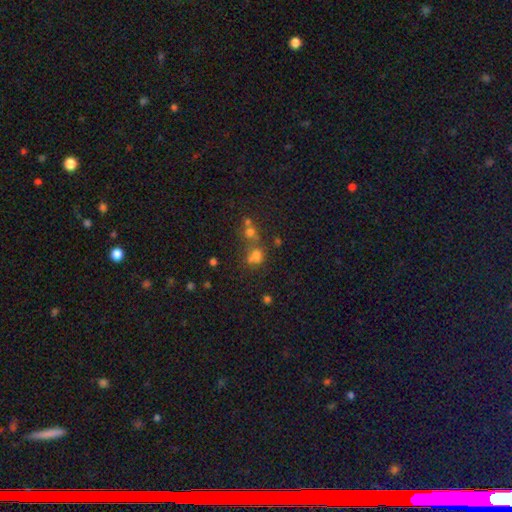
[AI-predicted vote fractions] Overall: smooth (58%; star or artifact 27%). How rounded: round (75%). Merging: merger (44%; none 41%).